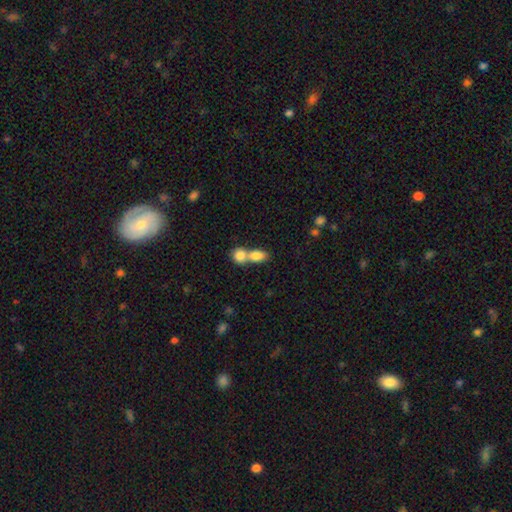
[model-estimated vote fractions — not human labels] smooth-or-featured: smooth: 82% | featured or disk: 10% | star or artifact: 8%
  how-rounded: in between: 70% | round: 26% | cigar-shaped: 4%
  merging: merger: 66% | none: 25% | minor disturbance: 5% | major disturbance: 3%